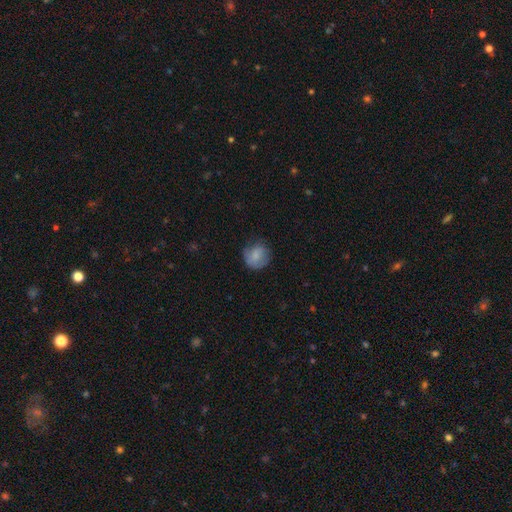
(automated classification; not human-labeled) smooth 75%, featured or disk 17%, star or artifact 8%. Down the decision tree: how rounded — round (83%); merging — none (62%).